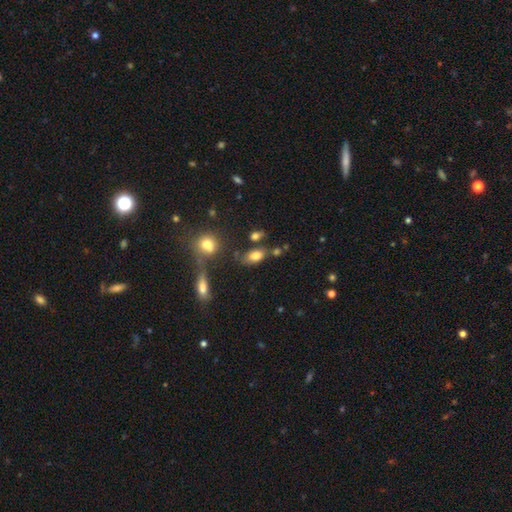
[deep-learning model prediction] Smooth or featured: smooth — 79% (featured or disk — 11%)
How rounded: in between — 88% (round — 8%)
Merging: none — 64% (minor disturbance — 17%)